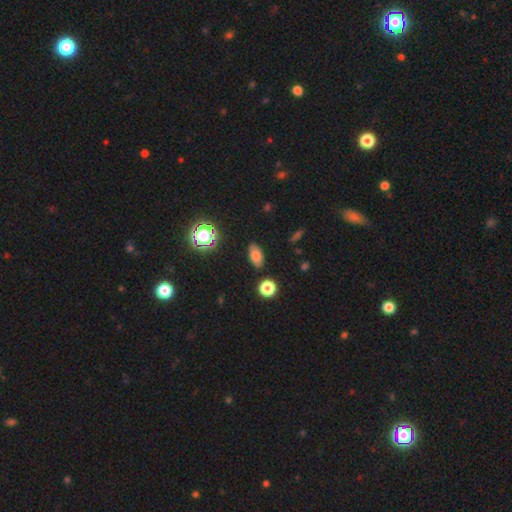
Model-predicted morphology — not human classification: Smooth or featured: smooth — 73% (star or artifact — 15%)
How rounded: in between — 86% (round — 9%)
Merging: none — 85% (minor disturbance — 10%)